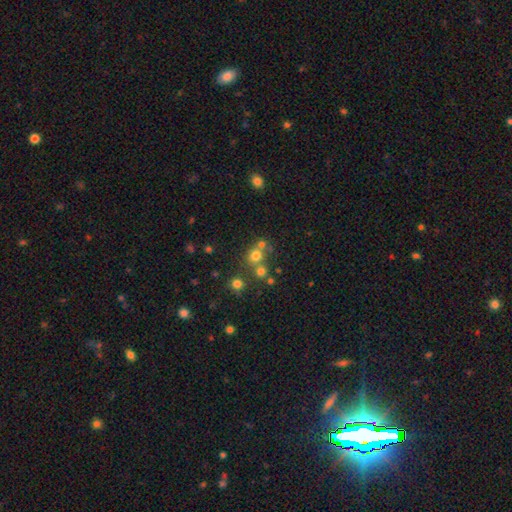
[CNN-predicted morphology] Q: Smooth or featured?
A: smooth (69%); runner-up: star or artifact (20%)
Q: How rounded?
A: round (84%); runner-up: in between (15%)
Q: Merging?
A: none (58%); runner-up: merger (30%)